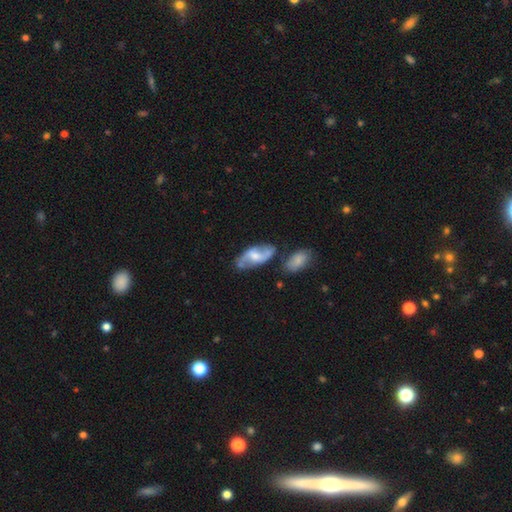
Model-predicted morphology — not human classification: Smooth or featured? featured or disk (71%)
Edge-on disk? no (92%)
Bar? weak (47%)
Spiral arms? yes (86%)
Spiral winding? loose (52%)
Spiral arm count? 2 (87%)
Bulge size? moderate (51%)
Merging? none (60%)